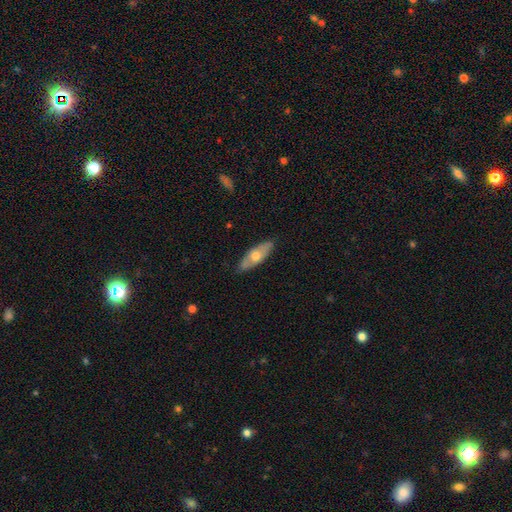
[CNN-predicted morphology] Smooth or featured: smooth — 49% (featured or disk — 46%)
Merging: none — 82% (minor disturbance — 14%)